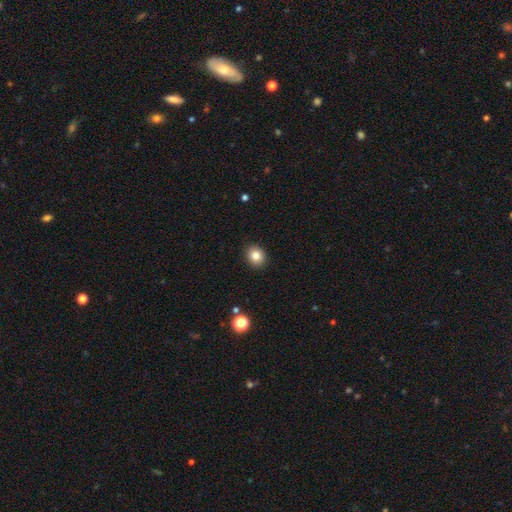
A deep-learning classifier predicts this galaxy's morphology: Smooth or featured: smooth — 84% (star or artifact — 10%)
How rounded: round — 65% (in between — 34%)
Merging: none — 91% (minor disturbance — 7%)